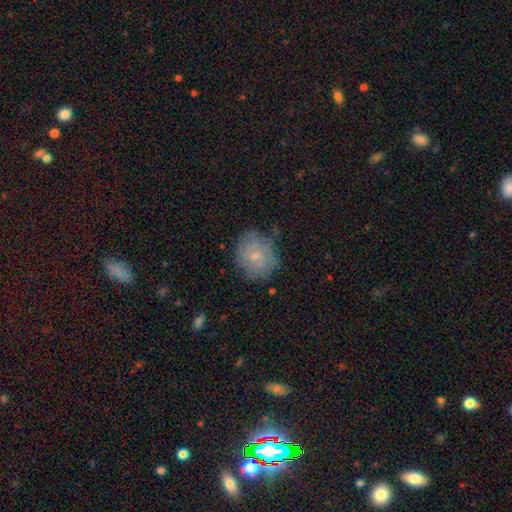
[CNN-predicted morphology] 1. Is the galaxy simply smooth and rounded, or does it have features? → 47% featured or disk, 44% smooth, 9% star or artifact.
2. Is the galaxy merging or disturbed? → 71% none, 21% minor disturbance, 6% major disturbance, 2% merger.